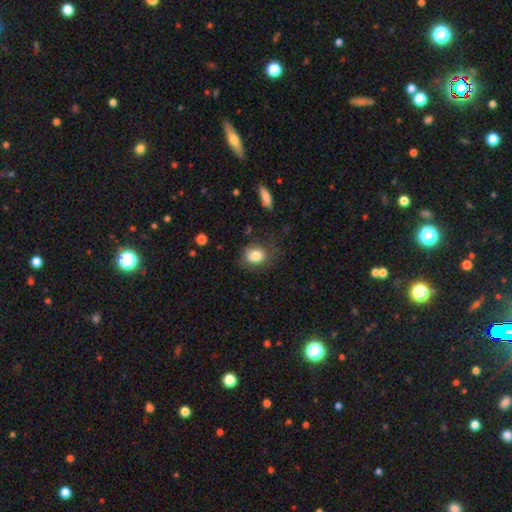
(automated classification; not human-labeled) Smooth or featured? Predicted: smooth (p=0.81). How rounded? Predicted: round (p=0.56). Merging? Predicted: none (p=0.70).